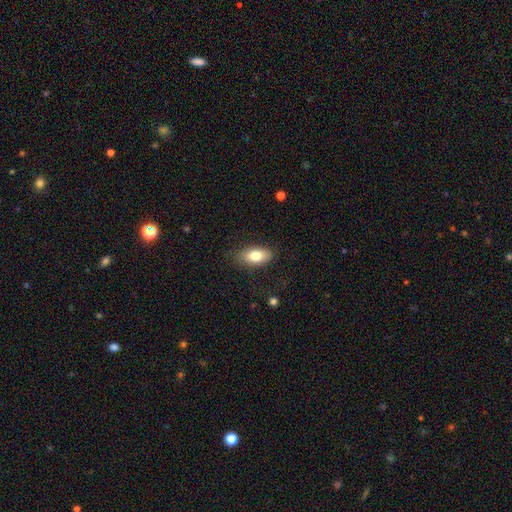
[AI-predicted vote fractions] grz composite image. It shows a smooth galaxy with no disk features (78%) that is in between round and cigar-shaped (89%). Merging: none (81%).